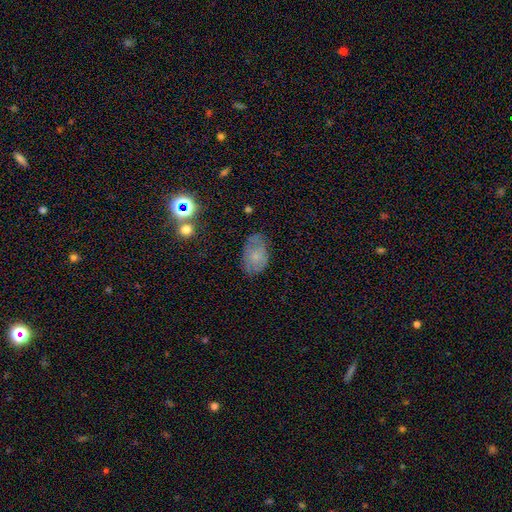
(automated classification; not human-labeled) A smooth galaxy with no disk features (50%) that is in between round and cigar-shaped (84%). Merging: none (64%).